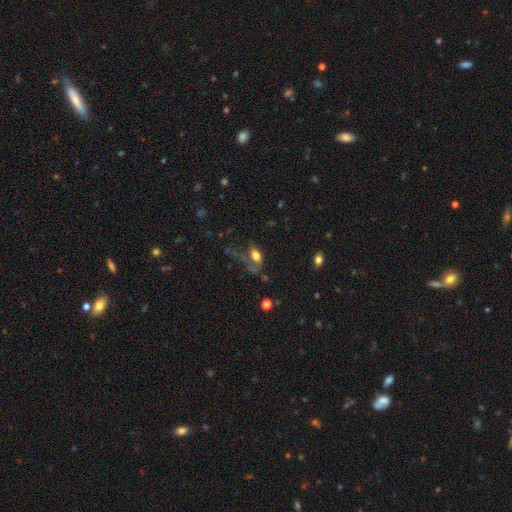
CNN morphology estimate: This is likely a smooth galaxy (68%). How rounded: clearly in between (84%). Merging: marginally major disturbance (42%).